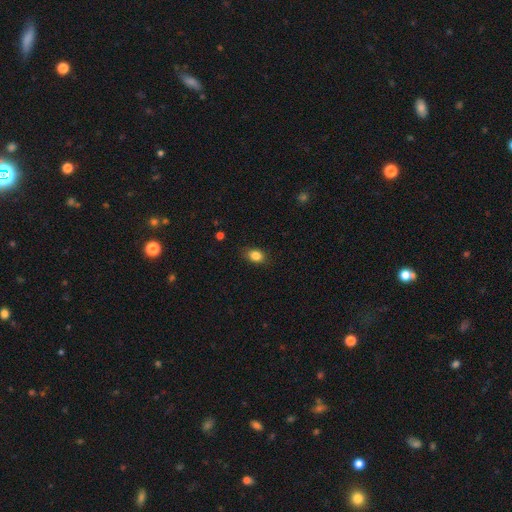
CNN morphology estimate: smooth 84%, star or artifact 10%, featured or disk 6%. Down the decision tree: how rounded — in between (67%); merging — none (82%).